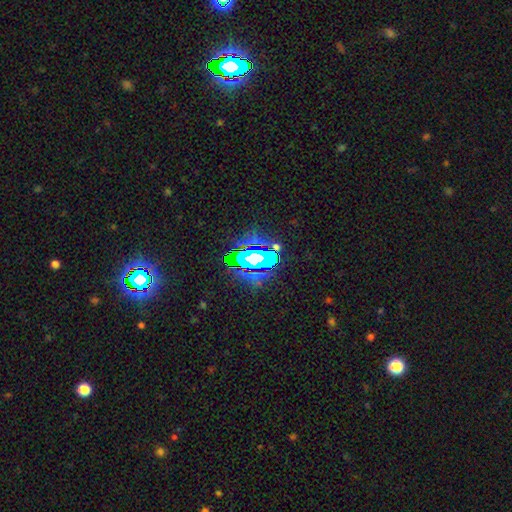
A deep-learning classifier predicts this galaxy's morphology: star or artifact 61%, smooth 21%, featured or disk 18%.